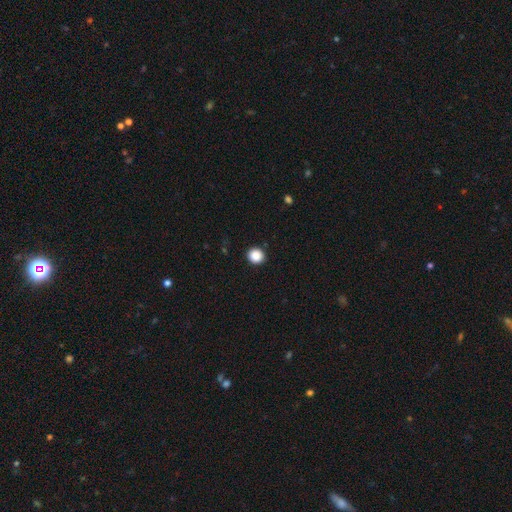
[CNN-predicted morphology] The model was most divided on "smooth or featured": smooth: 87%, star or artifact: 10%, featured or disk: 3%. More confident: how rounded — round (93%); merging — none (92%).